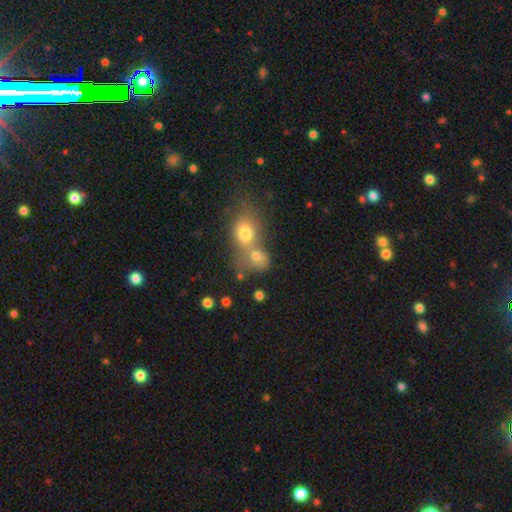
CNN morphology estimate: Smooth or featured: smooth — 71% (star or artifact — 15%)
How rounded: round — 57% (in between — 41%)
Merging: merger — 64% (none — 25%)